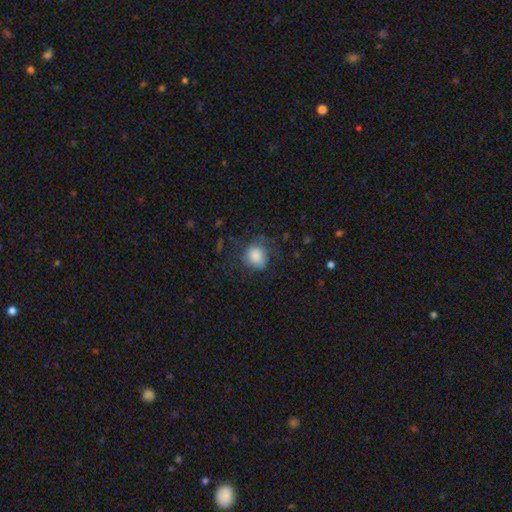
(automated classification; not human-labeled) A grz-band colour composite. It shows a smooth galaxy with no disk features (78%) that is round (67%). Merging: none (52%).